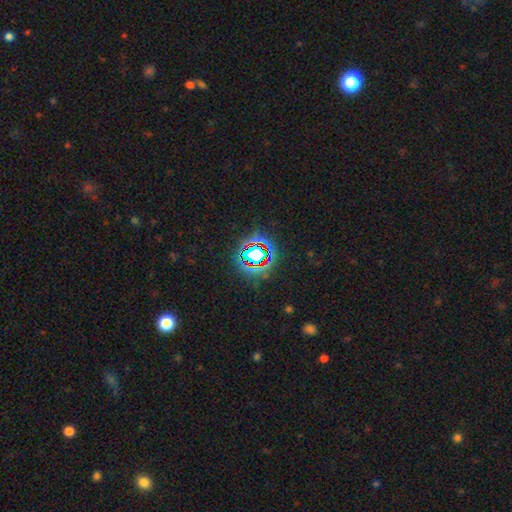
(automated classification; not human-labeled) Smooth or featured? Predicted: star or artifact (p=0.69).